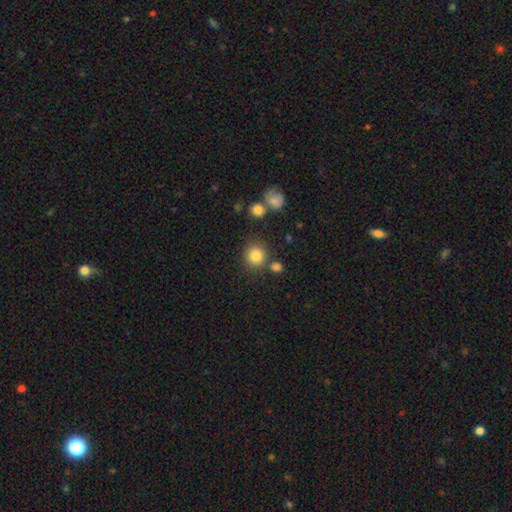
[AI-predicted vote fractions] A smooth galaxy with no disk features (84%) that is round (89%).

Vote fractions:
- Smooth or featured? smooth: 84% / star or artifact: 11% / featured or disk: 5%
- How rounded? round: 89% / in between: 10% / cigar-shaped: 1%
- Merging? none: 77% / minor disturbance: 10% / merger: 9% / major disturbance: 4%